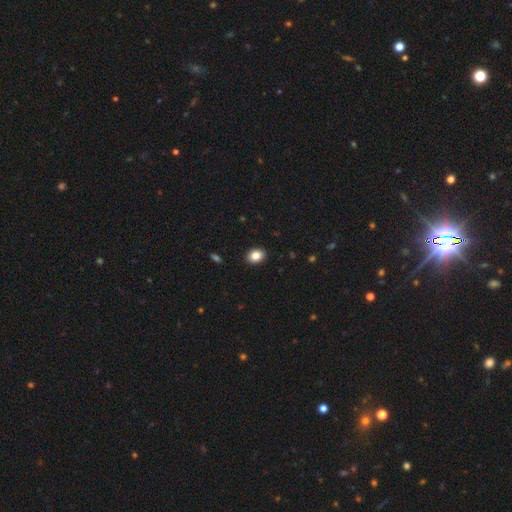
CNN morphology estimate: smooth-or-featured: smooth: 85% | star or artifact: 9% | featured or disk: 6%
  how-rounded: in between: 57% | round: 42% | cigar-shaped: 1%
  merging: none: 91% | minor disturbance: 6% | major disturbance: 2% | merger: 1%